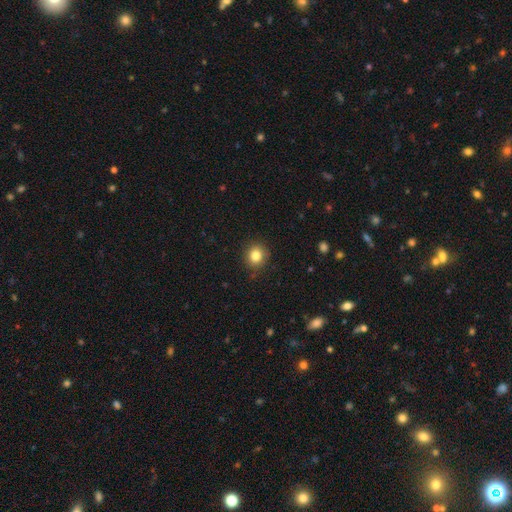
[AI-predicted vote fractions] Overall: smooth (83%). How rounded: round (82%). Merging: none (89%).